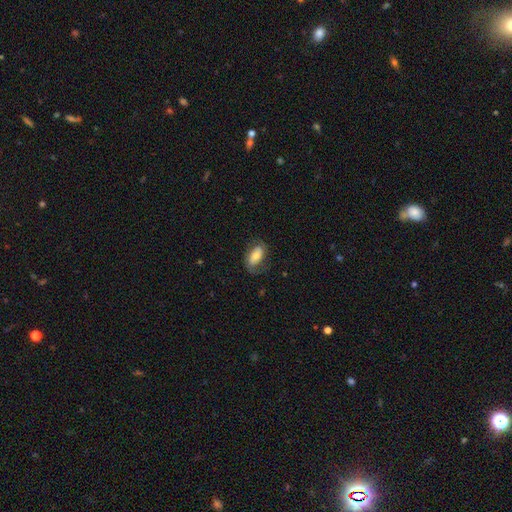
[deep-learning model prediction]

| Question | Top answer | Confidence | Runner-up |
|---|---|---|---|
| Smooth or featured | smooth | 49% | featured or disk (44%) |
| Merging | none | 63% | minor disturbance (22%) |